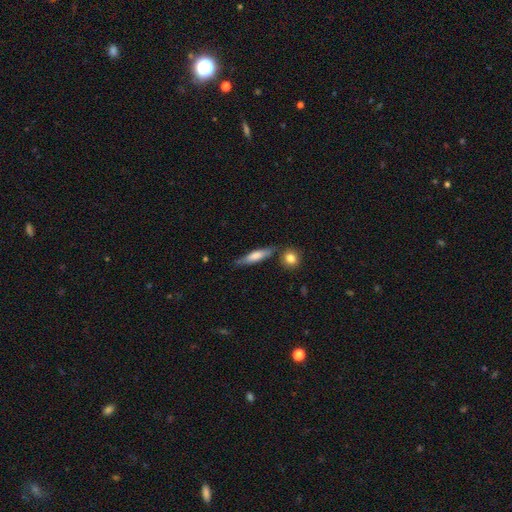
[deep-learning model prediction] Overall: smooth (65%; featured or disk 28%). How rounded: cigar-shaped (74%). Merging: none (72%).